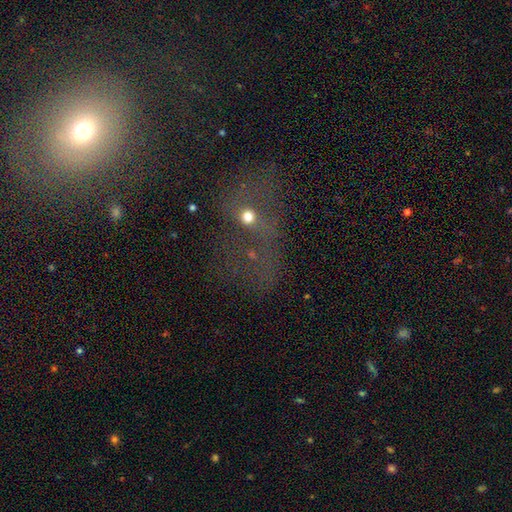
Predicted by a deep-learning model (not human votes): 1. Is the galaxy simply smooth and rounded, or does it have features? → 39% star or artifact, 35% smooth, 26% featured or disk.